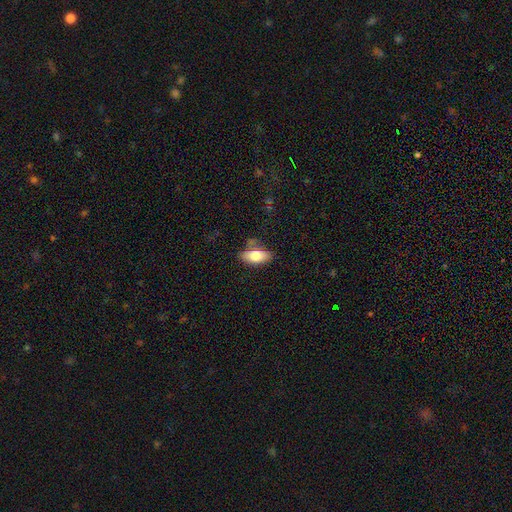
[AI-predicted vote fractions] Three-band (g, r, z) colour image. It shows a smooth galaxy with no disk features (78%) that is in between round and cigar-shaped (87%). Merging: none (64%).